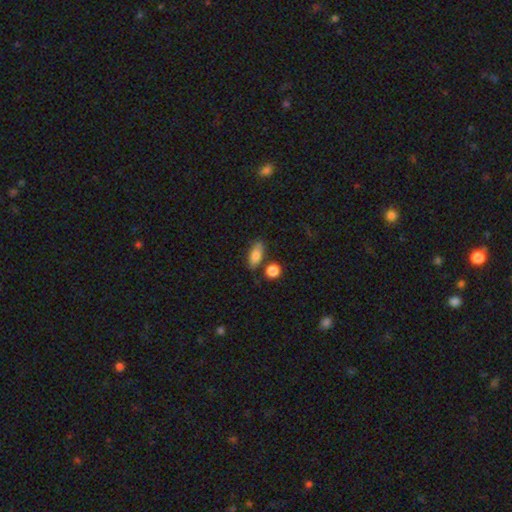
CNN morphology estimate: type=smooth (81%); roundness=in between (74%); merging=none (72%).